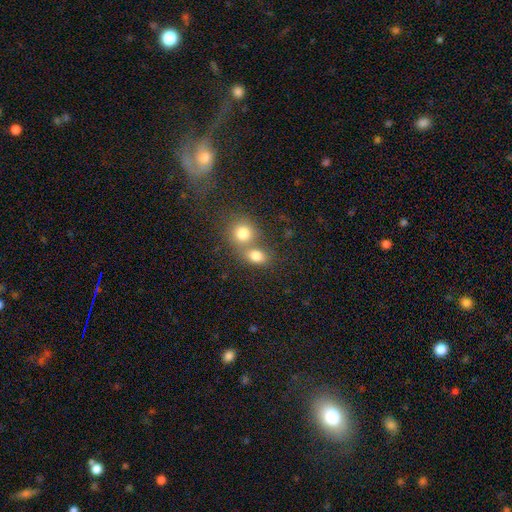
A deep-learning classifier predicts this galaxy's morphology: smooth 79%, star or artifact 11%, featured or disk 10%. Down the decision tree: how rounded — round (49%, tied with in between); merging — merger (54%).